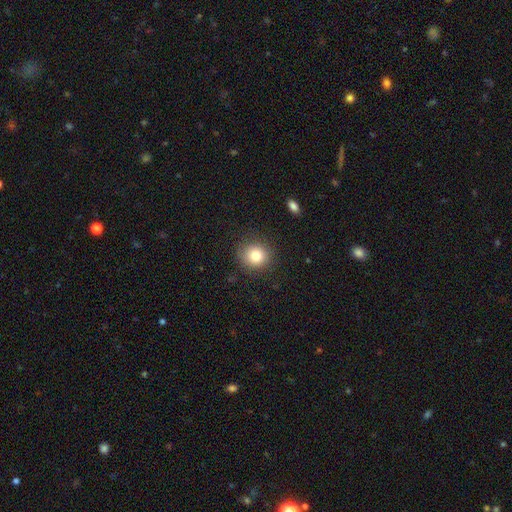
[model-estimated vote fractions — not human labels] A smooth galaxy with no disk features (81%) that is round (87%).

Vote fractions:
- Smooth or featured? smooth: 81% / star or artifact: 11% / featured or disk: 9%
- How rounded? round: 87% / in between: 12% / cigar-shaped: 1%
- Merging? none: 88% / minor disturbance: 8% / major disturbance: 3% / merger: 1%